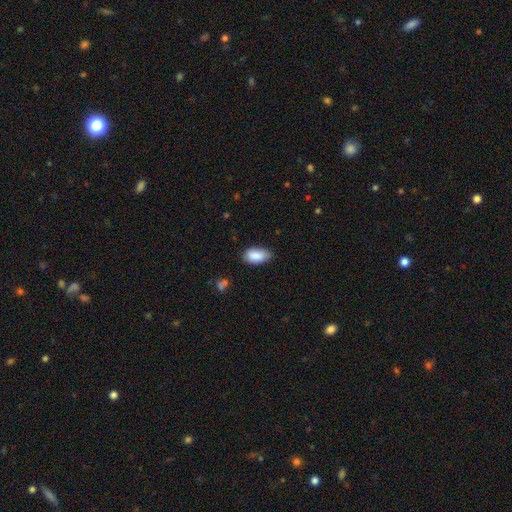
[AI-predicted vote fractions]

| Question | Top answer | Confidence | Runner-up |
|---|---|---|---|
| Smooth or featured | smooth | 87% | star or artifact (7%) |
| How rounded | in between | 93% | round (4%) |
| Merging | none | 73% | minor disturbance (22%) |